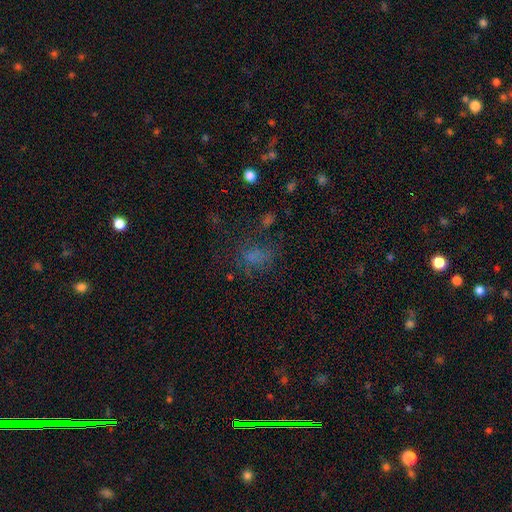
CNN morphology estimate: Q: Smooth or featured?
A: smooth (55%); runner-up: star or artifact (27%)
Q: How rounded?
A: in between (64%); runner-up: round (34%)
Q: Merging?
A: none (53%); runner-up: major disturbance (23%)